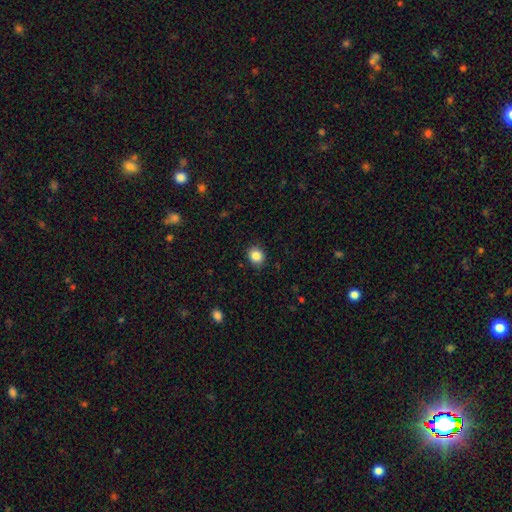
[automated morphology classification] smooth-or-featured: smooth: 86% | star or artifact: 10% | featured or disk: 4%
  how-rounded: round: 68% | in between: 31% | cigar-shaped: 1%
  merging: none: 88% | minor disturbance: 9% | major disturbance: 2% | merger: 1%